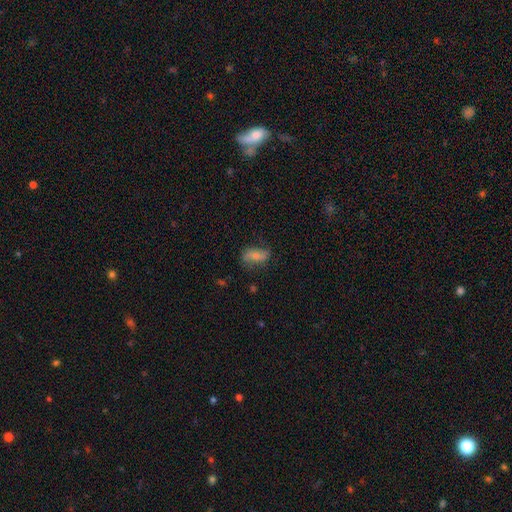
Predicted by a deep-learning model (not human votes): Q: Smooth or featured?
A: smooth (50%); runner-up: featured or disk (42%)
Q: How rounded?
A: in between (82%); runner-up: cigar-shaped (11%)
Q: Merging?
A: none (67%); runner-up: minor disturbance (23%)